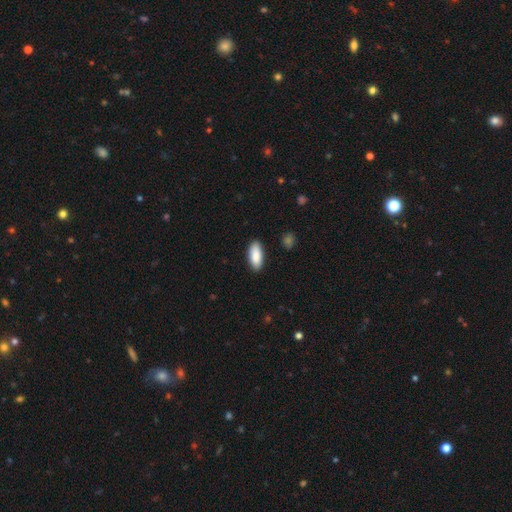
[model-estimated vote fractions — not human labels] Smooth or featured: smooth — 89% (star or artifact — 6%)
How rounded: in between — 84% (cigar-shaped — 14%)
Merging: none — 88% (minor disturbance — 9%)